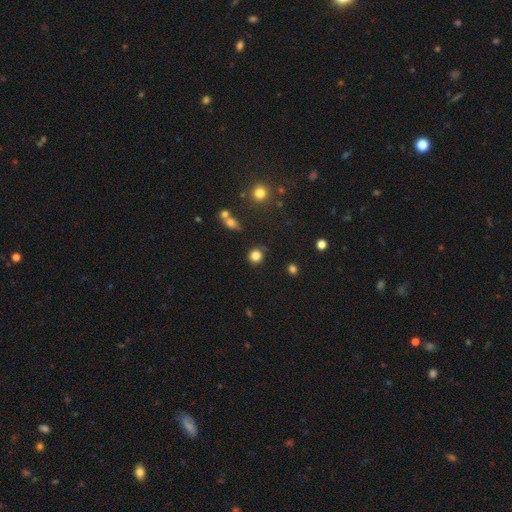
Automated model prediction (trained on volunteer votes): A smooth galaxy with no disk features (83%) that is round (91%).

Vote fractions:
- Smooth or featured? smooth: 83% / star or artifact: 13% / featured or disk: 5%
- How rounded? round: 91% / in between: 8% / cigar-shaped: 1%
- Merging? none: 82% / minor disturbance: 12% / major disturbance: 4% / merger: 3%